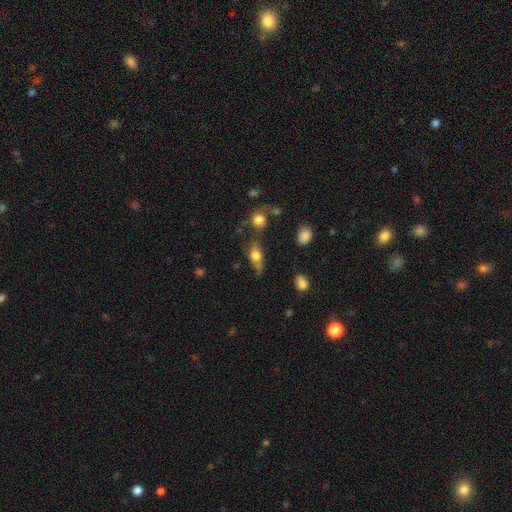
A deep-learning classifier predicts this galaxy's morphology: Smooth or featured? smooth (69%)
How rounded? in between (70%)
Merging? none (47%)